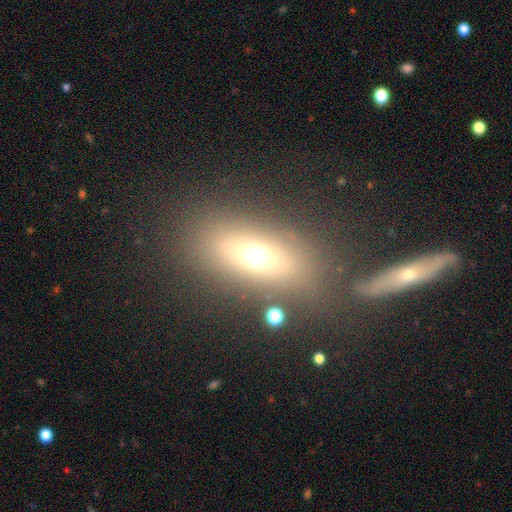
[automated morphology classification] Smooth or featured?
  - smooth: 61% *
  - featured or disk: 25%
  - star or artifact: 14%
How rounded?
  - in between: 70% *
  - cigar-shaped: 20%
  - round: 10%
Merging?
  - none: 70% *
  - minor disturbance: 11%
  - merger: 11%
  - major disturbance: 7%